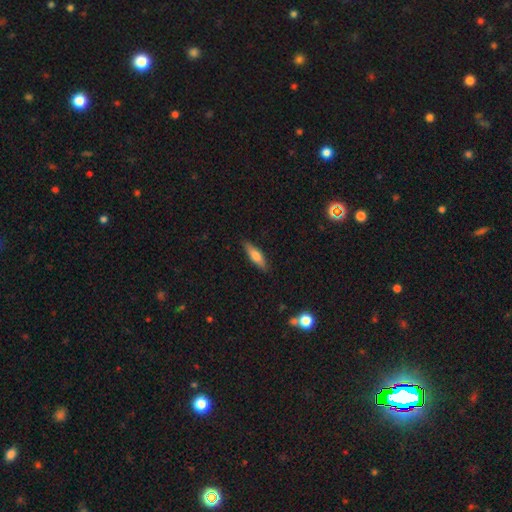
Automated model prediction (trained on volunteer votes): smooth-or-featured: smooth: 66% | featured or disk: 28% | star or artifact: 6%
  how-rounded: cigar-shaped: 64% | in between: 34% | round: 2%
  merging: none: 85% | minor disturbance: 11% | major disturbance: 2% | merger: 1%